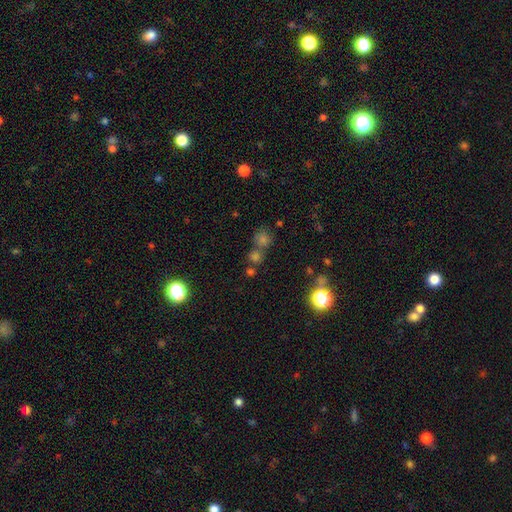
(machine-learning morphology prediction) smooth 46%, star or artifact 44%, featured or disk 10%. Down the decision tree: merging — none (57%).